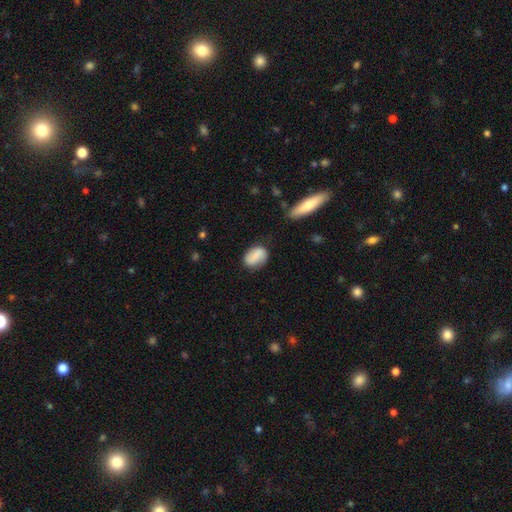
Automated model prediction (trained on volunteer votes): Smooth or featured? Predicted: smooth (p=0.67). How rounded? Predicted: in between (p=0.77). Merging? Predicted: none (p=0.74).